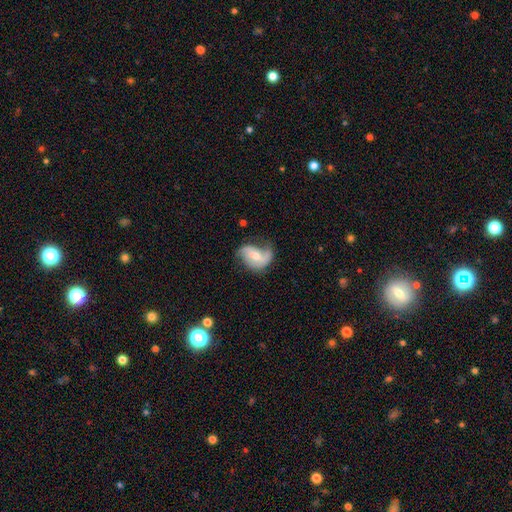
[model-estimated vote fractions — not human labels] Q: Smooth or featured?
A: featured or disk (70%); runner-up: smooth (24%)
Q: Edge-on disk?
A: no (97%); runner-up: yes (3%)
Q: Bar?
A: weak (42%); runner-up: no (38%)
Q: Spiral arms?
A: yes (89%); runner-up: no (11%)
Q: Spiral winding?
A: loose (50%); runner-up: medium (36%)
Q: Spiral arm count?
A: 2 (70%); runner-up: 1 (16%)
Q: Bulge size?
A: moderate (47%); runner-up: small (46%)
Q: Merging?
A: none (45%); runner-up: minor disturbance (31%)